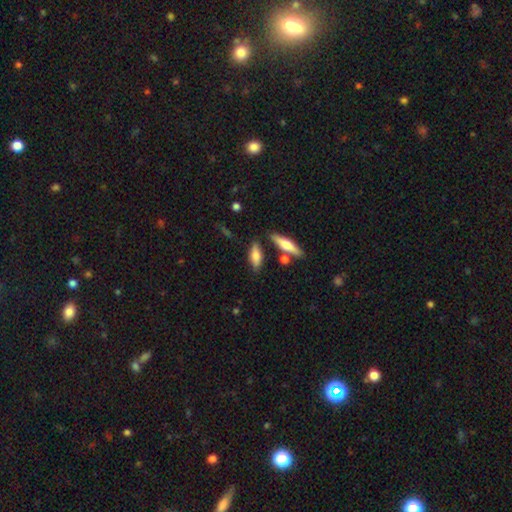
Smooth or featured: smooth — 62% (featured or disk — 28%)
How rounded: cigar-shaped — 62% (in between — 38%)
Merging: none — 69% (minor disturbance — 23%)